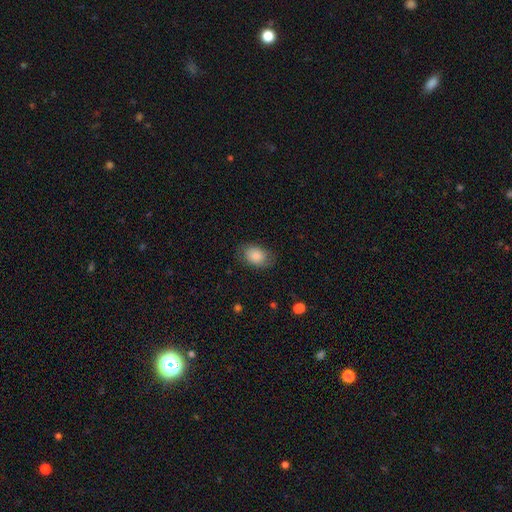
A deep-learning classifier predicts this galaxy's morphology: Overall: smooth (79%). How rounded: in between (77%). Merging: none (75%).